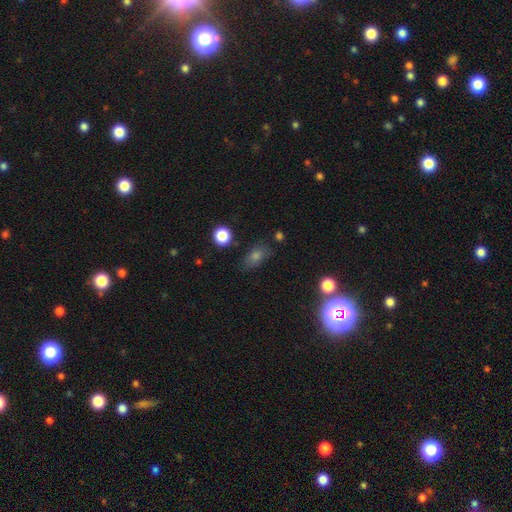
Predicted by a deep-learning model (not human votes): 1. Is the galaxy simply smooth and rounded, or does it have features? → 66% smooth, 22% star or artifact, 12% featured or disk.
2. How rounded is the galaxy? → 75% in between, 20% round, 6% cigar-shaped.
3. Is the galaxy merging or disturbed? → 78% none, 15% minor disturbance, 5% major disturbance, 3% merger.